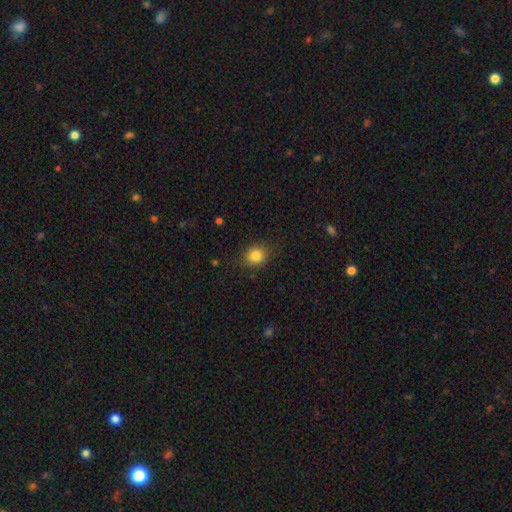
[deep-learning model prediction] Smooth or featured?
  - smooth: 84% *
  - star or artifact: 10%
  - featured or disk: 6%
How rounded?
  - round: 67% *
  - in between: 32%
  - cigar-shaped: 1%
Merging?
  - none: 82% *
  - minor disturbance: 13%
  - major disturbance: 4%
  - merger: 1%